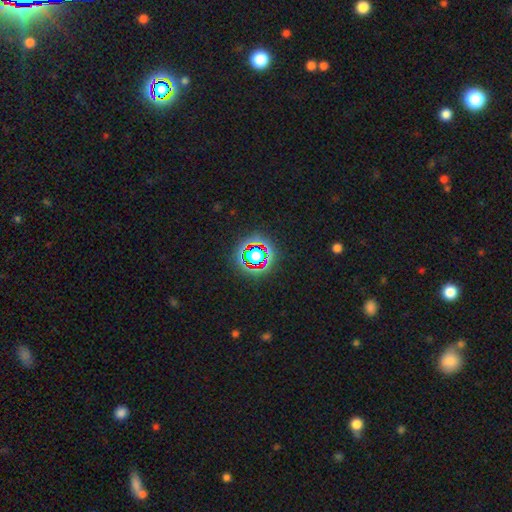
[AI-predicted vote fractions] Smooth or featured: star or artifact — 62% (smooth — 24%)